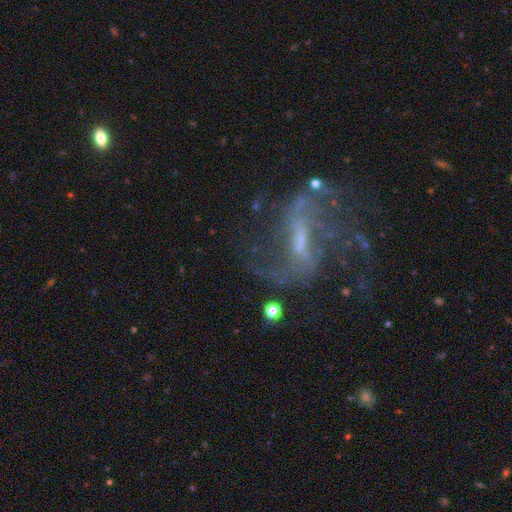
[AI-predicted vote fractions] featured or disk 81%, star or artifact 12%, smooth 7%. Down the decision tree: edge-on disk — no (94%); bar — weak (46%); spiral arms — yes (88%); spiral arm count — 2 (69%); spiral winding — loose (57%); bulge size — small (48%); merging — none (57%).